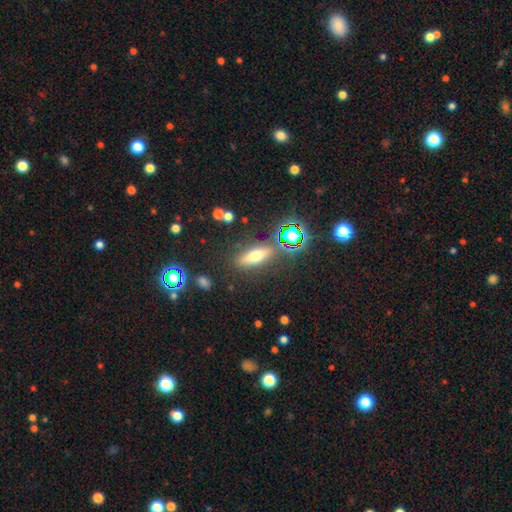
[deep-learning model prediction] Q: Smooth or featured?
A: smooth (53%); runner-up: featured or disk (29%)
Q: How rounded?
A: cigar-shaped (52%); runner-up: in between (42%)
Q: Merging?
A: none (80%); runner-up: minor disturbance (11%)